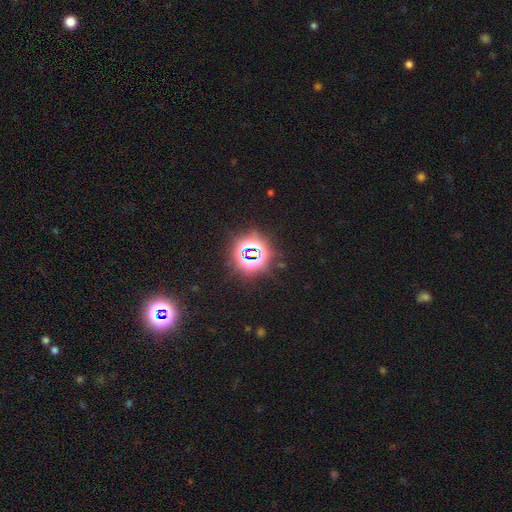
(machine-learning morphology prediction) A star or artifact, not a galaxy (78%).